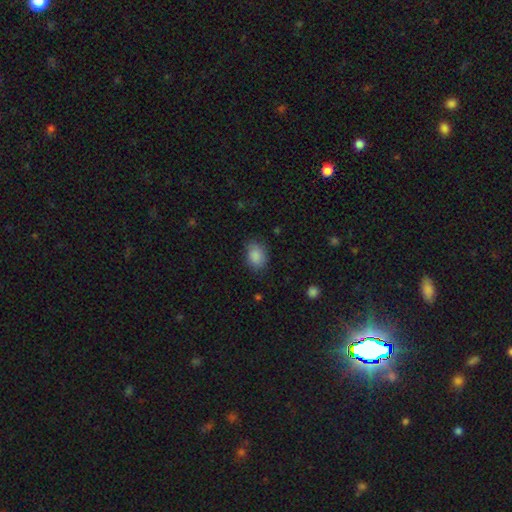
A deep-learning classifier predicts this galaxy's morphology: smooth-or-featured: smooth: 87% | star or artifact: 8% | featured or disk: 5%
  how-rounded: in between: 65% | round: 34% | cigar-shaped: 1%
  merging: none: 77% | minor disturbance: 18% | major disturbance: 4% | merger: 1%